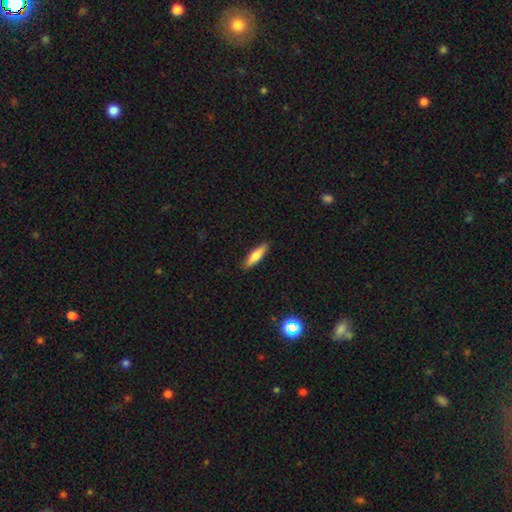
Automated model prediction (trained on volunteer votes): Smooth or featured?
  - smooth: 72% *
  - featured or disk: 21%
  - star or artifact: 7%
How rounded?
  - cigar-shaped: 68% *
  - in between: 30%
  - round: 2%
Merging?
  - none: 88% *
  - minor disturbance: 9%
  - major disturbance: 2%
  - merger: 1%